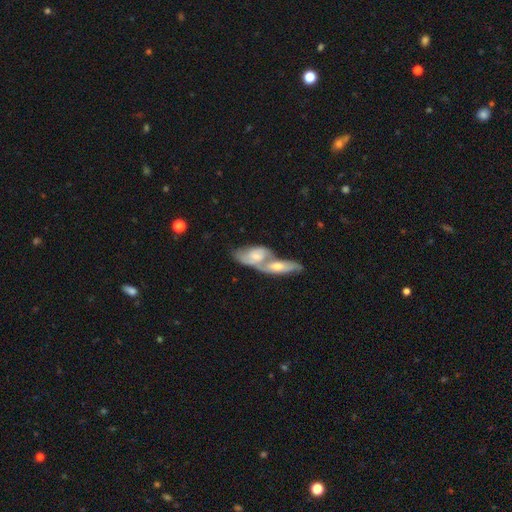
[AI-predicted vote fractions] featured or disk 54%, smooth 40%, star or artifact 5%. Down the decision tree: edge-on disk — no (85%); merging — merger (71%).